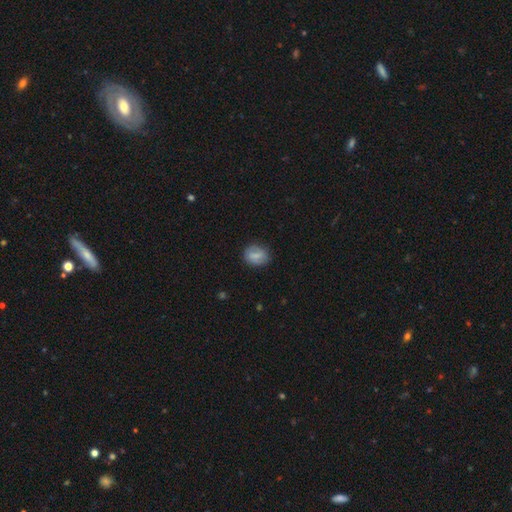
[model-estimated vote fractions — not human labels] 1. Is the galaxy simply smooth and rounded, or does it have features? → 68% smooth, 24% featured or disk, 8% star or artifact.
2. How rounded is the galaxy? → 52% in between, 46% round, 2% cigar-shaped.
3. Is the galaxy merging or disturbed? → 79% none, 16% minor disturbance, 4% major disturbance, 1% merger.